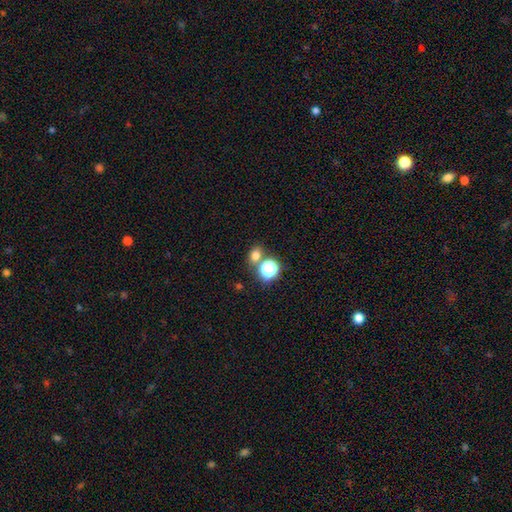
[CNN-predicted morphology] Smooth or featured? Predicted: smooth (p=0.70). How rounded? Predicted: round (p=0.60). Merging? Predicted: none (p=0.64).